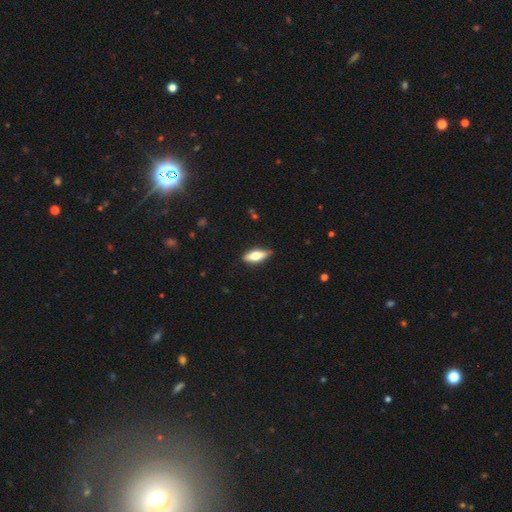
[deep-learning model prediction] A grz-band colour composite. It shows a smooth galaxy with no disk features (61%) that is in between round and cigar-shaped (68%). Merging: none (84%).